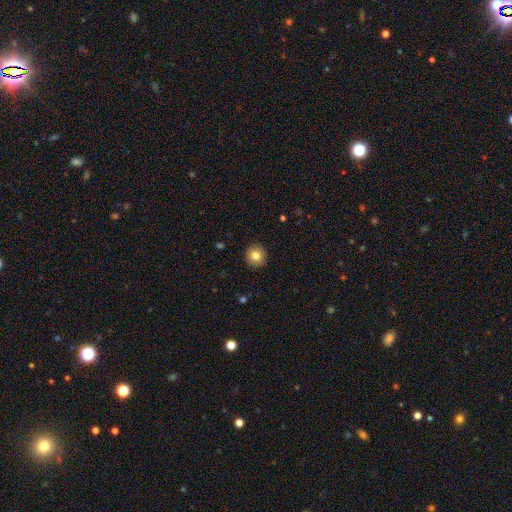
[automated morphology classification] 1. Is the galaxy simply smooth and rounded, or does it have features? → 81% smooth, 10% star or artifact, 9% featured or disk.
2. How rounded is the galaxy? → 91% round, 8% in between, 1% cigar-shaped.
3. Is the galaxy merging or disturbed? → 92% none, 6% minor disturbance, 2% major disturbance, 1% merger.